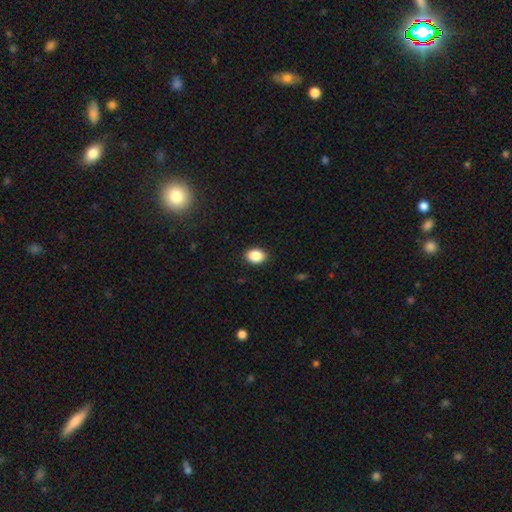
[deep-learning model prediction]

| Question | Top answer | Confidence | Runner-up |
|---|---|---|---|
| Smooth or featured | smooth | 88% | star or artifact (8%) |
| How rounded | in between | 75% | round (24%) |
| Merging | none | 90% | minor disturbance (8%) |